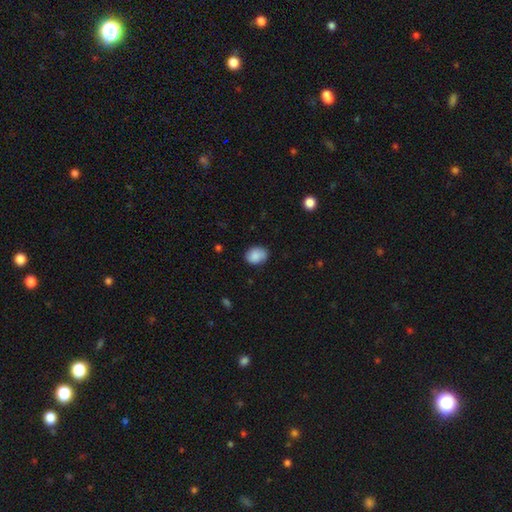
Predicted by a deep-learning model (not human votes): Smooth or featured? smooth (86%)
How rounded? in between (64%)
Merging? none (77%)